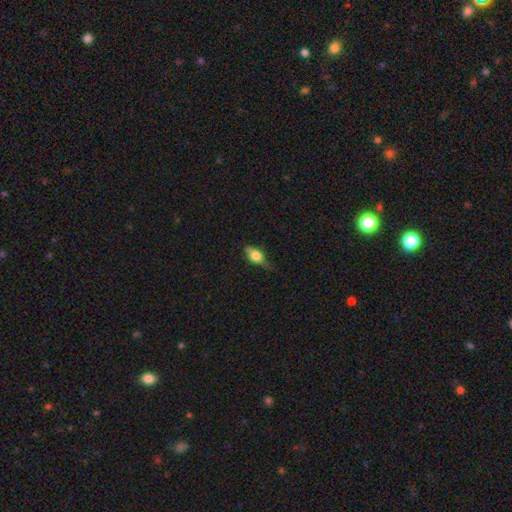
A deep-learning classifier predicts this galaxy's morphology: This is likely a smooth galaxy (71%). How rounded: likely in between (76%). Merging: possibly none (47%).